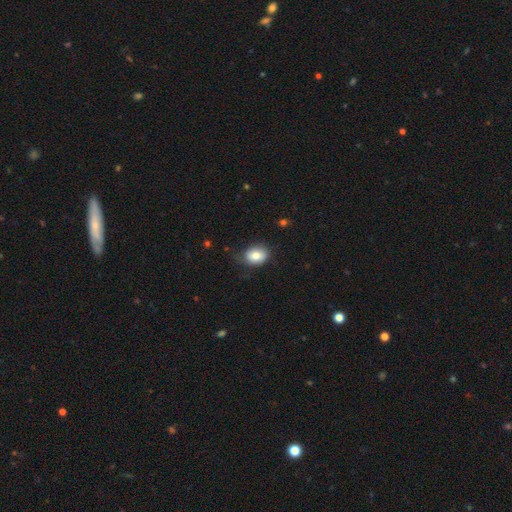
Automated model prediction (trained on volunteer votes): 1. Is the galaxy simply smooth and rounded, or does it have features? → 80% smooth, 12% featured or disk, 8% star or artifact.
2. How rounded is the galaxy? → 66% in between, 33% round, 1% cigar-shaped.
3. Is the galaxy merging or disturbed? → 63% none, 28% minor disturbance, 7% major disturbance, 1% merger.